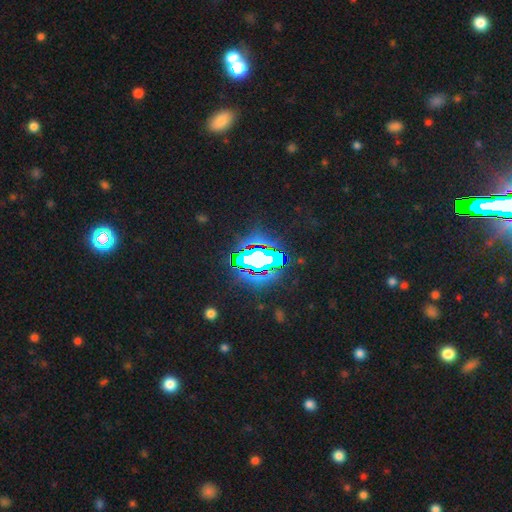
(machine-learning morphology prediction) This is likely a star or artifact rather than a galaxy (70%).